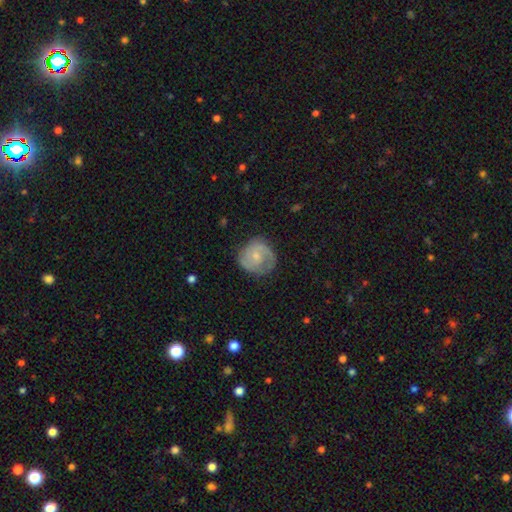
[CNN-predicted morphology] A featured or disk galaxy (66%) with no bar (66%), 2 (60%) tight (43%) spiral arms (88%) and a small central bulge (62%).

Vote fractions:
- Smooth or featured? featured or disk: 66% / smooth: 28% / star or artifact: 6%
- Edge-on disk? no: 98% / yes: 2%
- Bar? no: 66% / weak: 30% / strong: 4%
- Spiral arms? yes: 88% / no: 12%
- Spiral winding? tight: 43% / medium: 41% / loose: 16%
- Spiral arm count? 2: 60% / can't tell: 17% / 1: 10% / 3: 8% / 4: 2% / more than 4: 2%
- Bulge size? small: 62% / moderate: 31% / none: 4% / large: 1% / dominant: 1%
- Merging? none: 69% / minor disturbance: 21% / major disturbance: 8% / merger: 1%